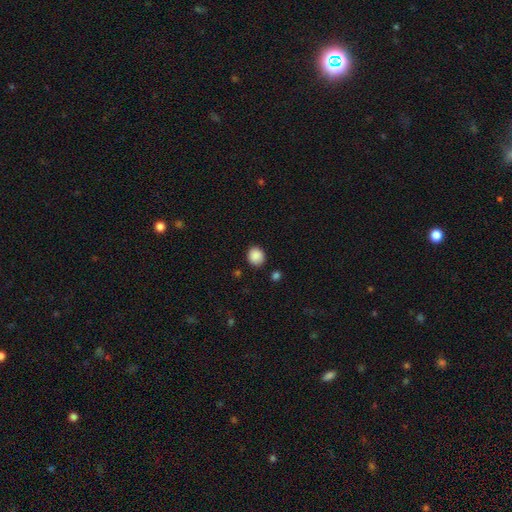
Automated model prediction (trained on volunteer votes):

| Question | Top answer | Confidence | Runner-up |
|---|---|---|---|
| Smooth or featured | smooth | 89% | star or artifact (8%) |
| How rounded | round | 72% | in between (27%) |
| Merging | none | 86% | minor disturbance (10%) |